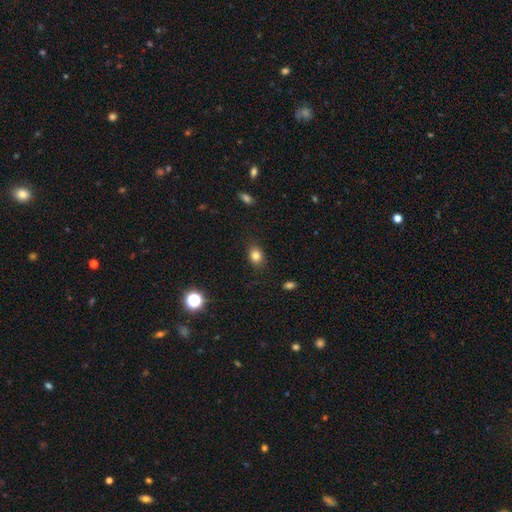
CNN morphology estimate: smooth_or_featured: smooth (p=0.82) [alt: star or artifact p=0.11]
how_rounded: in between (p=0.59) [alt: round p=0.40]
merging: none (p=0.84) [alt: minor disturbance p=0.11]